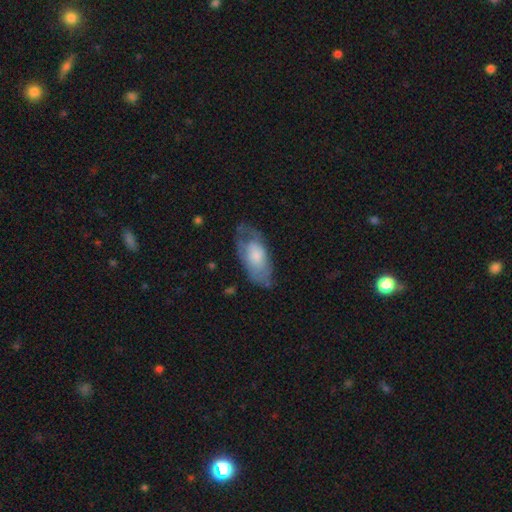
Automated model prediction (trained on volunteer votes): smooth-or-featured: smooth: 59% | featured or disk: 35% | star or artifact: 6%
  how-rounded: in between: 91% | cigar-shaped: 5% | round: 3%
  merging: none: 51% | minor disturbance: 30% | major disturbance: 17% | merger: 2%